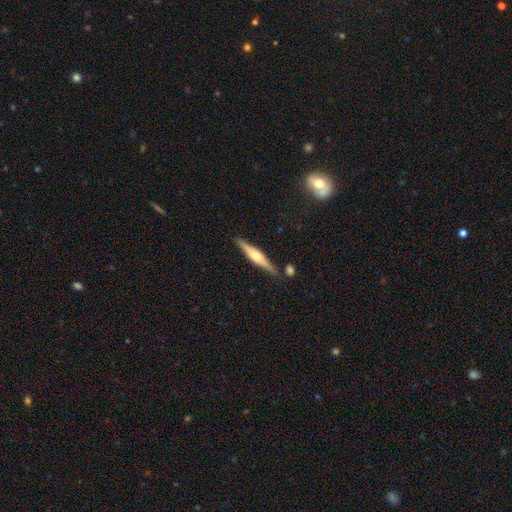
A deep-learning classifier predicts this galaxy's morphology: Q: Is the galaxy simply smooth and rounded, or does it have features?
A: featured or disk — 64%.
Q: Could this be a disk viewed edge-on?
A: yes — 96%.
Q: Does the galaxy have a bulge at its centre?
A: rounded — 86%.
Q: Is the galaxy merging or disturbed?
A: none — 82%.